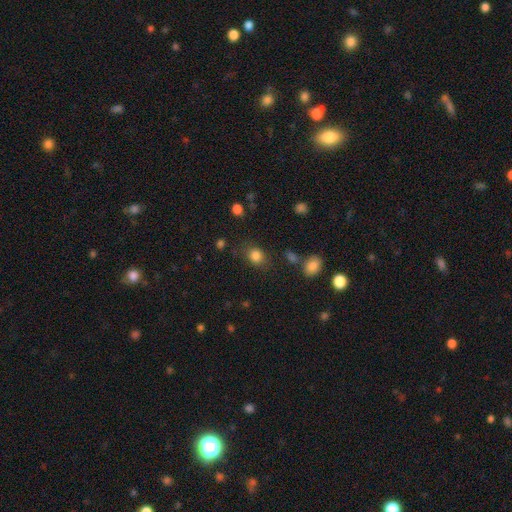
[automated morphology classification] A smooth galaxy with no disk features (83%) that is round (63%).

Vote fractions:
- Smooth or featured? smooth: 83% / star or artifact: 12% / featured or disk: 5%
- How rounded? round: 63% / in between: 36% / cigar-shaped: 1%
- Merging? none: 77% / minor disturbance: 14% / major disturbance: 6% / merger: 3%